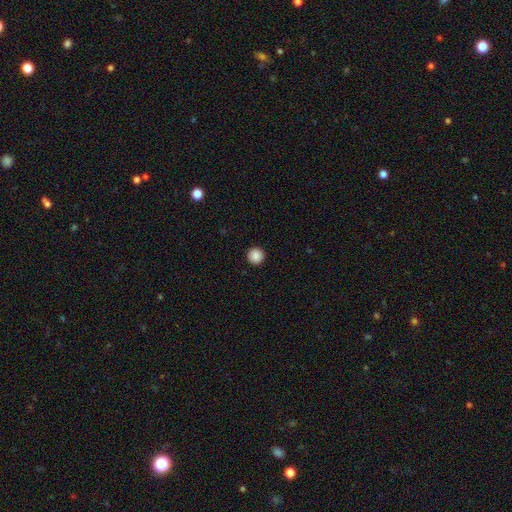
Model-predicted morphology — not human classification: A smooth galaxy with no disk features (88%) that is round (96%).

Vote fractions:
- Smooth or featured? smooth: 88% / star or artifact: 9% / featured or disk: 2%
- How rounded? round: 96% / in between: 3% / cigar-shaped: 1%
- Merging? none: 94% / minor disturbance: 4% / major disturbance: 1% / merger: 1%